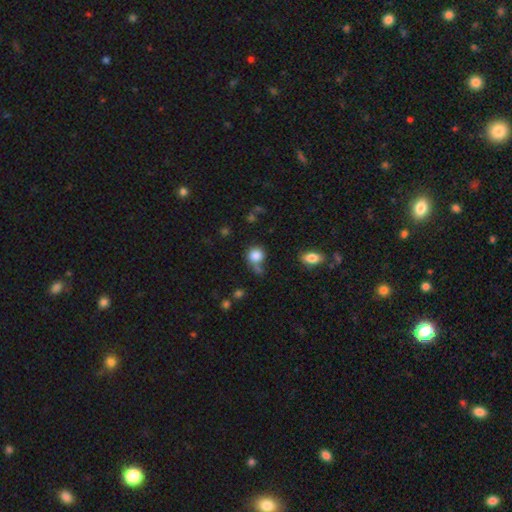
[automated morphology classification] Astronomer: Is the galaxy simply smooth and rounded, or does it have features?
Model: smooth — 84%.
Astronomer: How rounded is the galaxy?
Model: round — 85%.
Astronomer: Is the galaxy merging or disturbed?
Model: none — 57%.